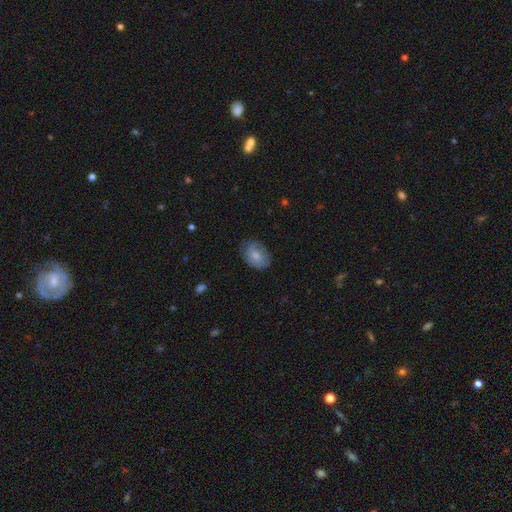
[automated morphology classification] type=smooth (63%); roundness=in between (74%); merging=none (73%).